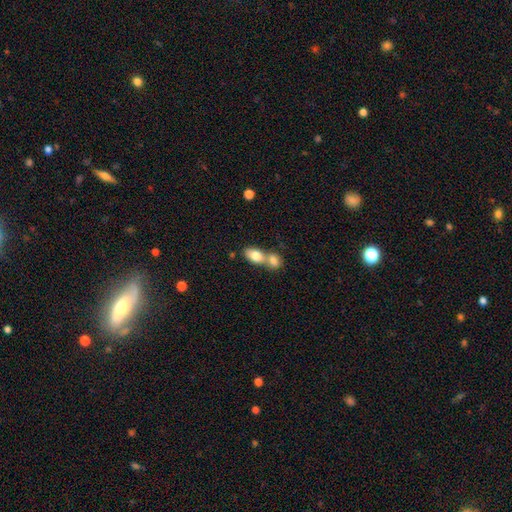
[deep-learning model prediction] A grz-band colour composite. It shows a smooth galaxy with no disk features (79%) that is in between round and cigar-shaped (84%). Merging: merger (66%).